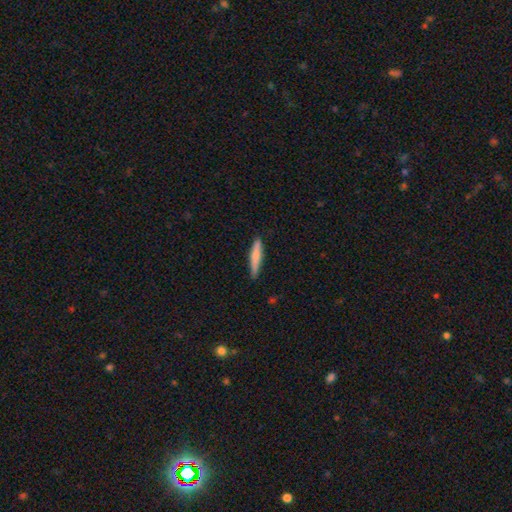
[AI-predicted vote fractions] This is likely a smooth galaxy (74%). How rounded: clearly cigar-shaped (90%). Merging: clearly none (84%).